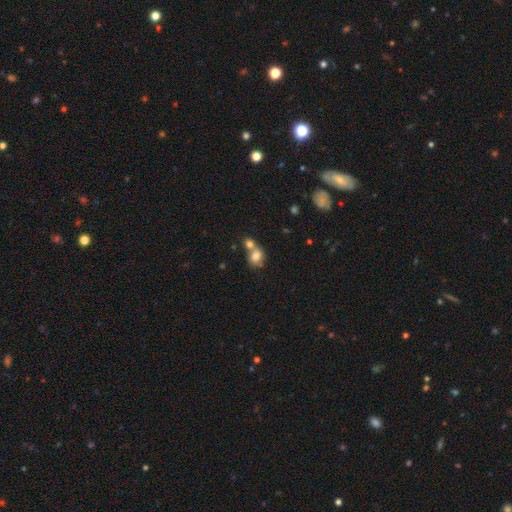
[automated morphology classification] Smooth or featured: smooth — 77% (featured or disk — 13%)
How rounded: round — 60% (in between — 39%)
Merging: merger — 60% (none — 27%)